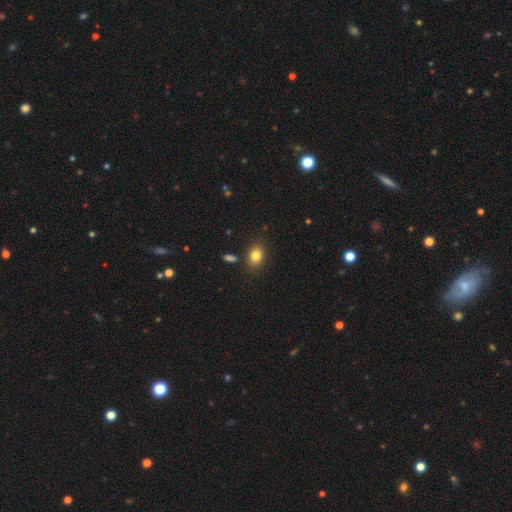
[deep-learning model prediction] smooth 82%, star or artifact 10%, featured or disk 8%. Down the decision tree: how rounded — in between (71%); merging — none (81%).